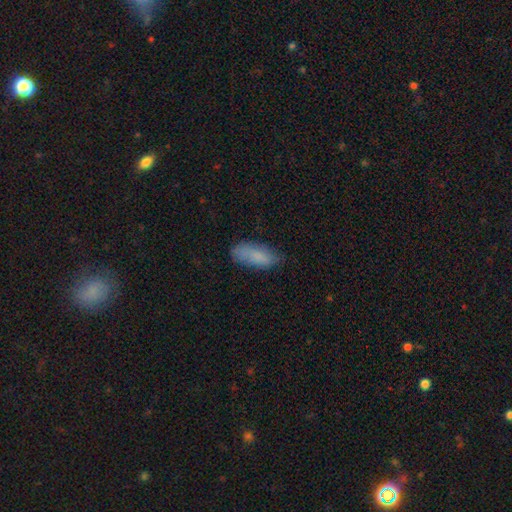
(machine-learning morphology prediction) Smooth or featured? smooth (81%)
How rounded? in between (80%)
Merging? none (67%)